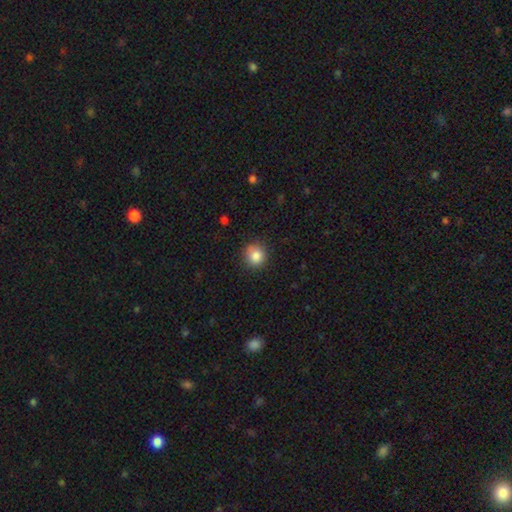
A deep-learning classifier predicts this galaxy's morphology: This appears to be a smooth galaxy with no disk features (85%) that is round (90%). Merging: none (83%).